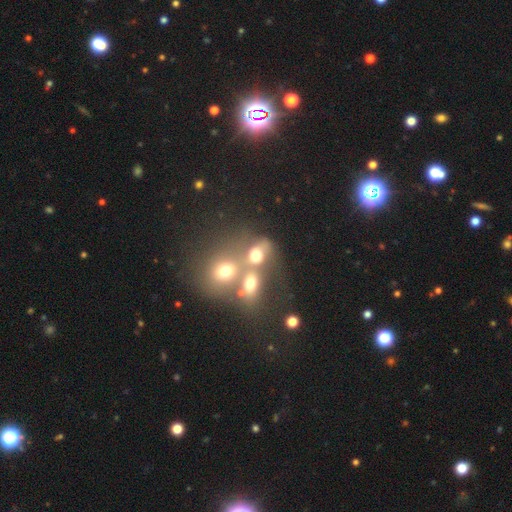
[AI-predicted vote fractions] smooth_or_featured: smooth (p=0.64) [alt: star or artifact p=0.18]
how_rounded: round (p=0.54) [alt: in between p=0.44]
merging: merger (p=0.53) [alt: none p=0.29]